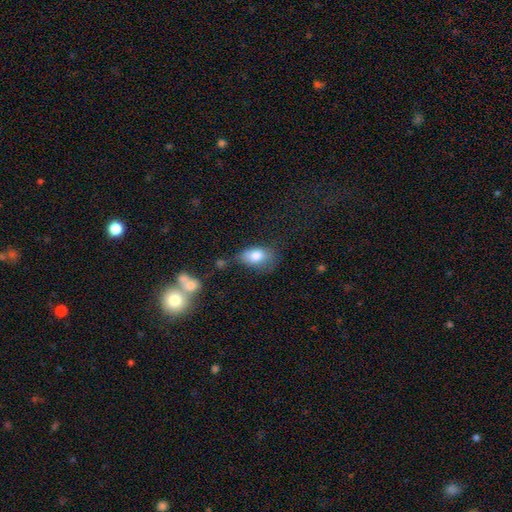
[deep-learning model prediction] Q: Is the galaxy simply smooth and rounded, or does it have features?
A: smooth — 80%.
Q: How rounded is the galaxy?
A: in between — 86%.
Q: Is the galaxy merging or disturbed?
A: none — 40%.